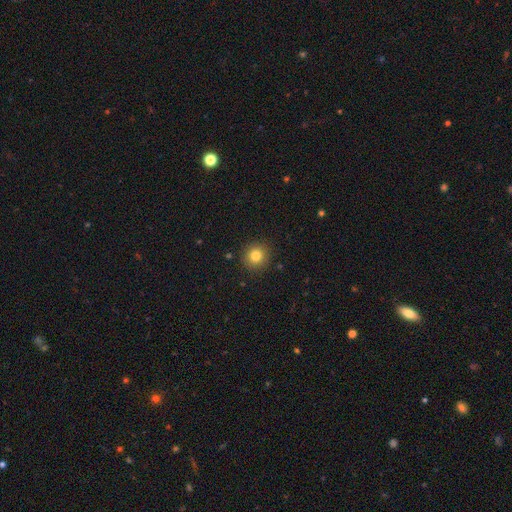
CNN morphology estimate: Smooth or featured? smooth (82%)
How rounded? round (92%)
Merging? none (90%)